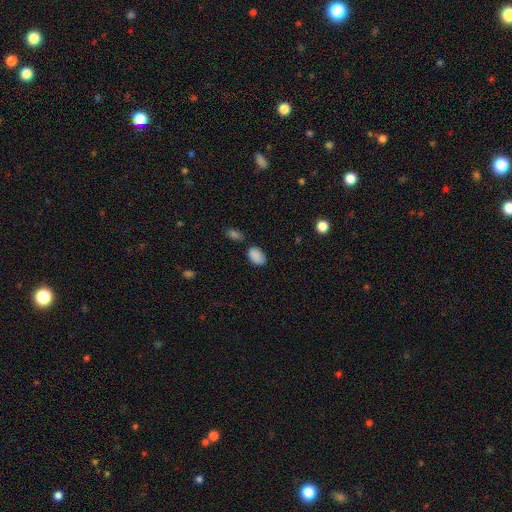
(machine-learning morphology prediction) smooth 87%, star or artifact 9%, featured or disk 4%. Down the decision tree: how rounded — in between (91%); merging — none (73%).